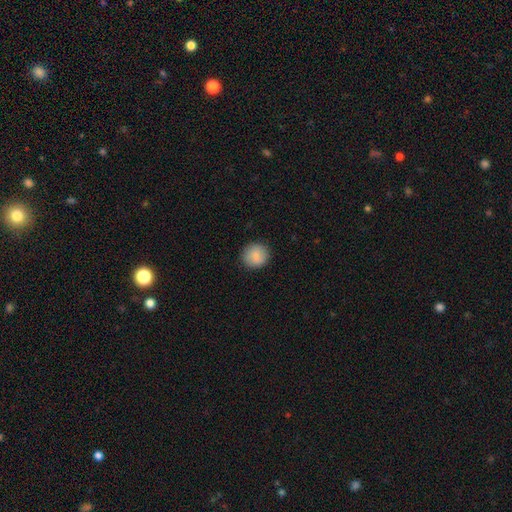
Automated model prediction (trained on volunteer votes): Overall: smooth (87%). How rounded: round (91%). Merging: none (89%).